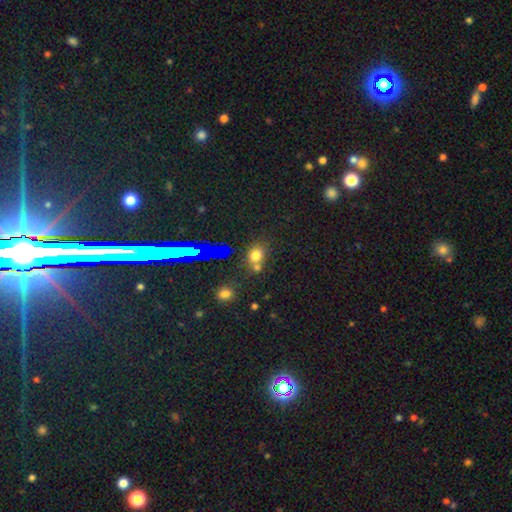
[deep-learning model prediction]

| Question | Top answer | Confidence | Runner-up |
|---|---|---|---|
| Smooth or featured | smooth | 68% | star or artifact (23%) |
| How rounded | round | 57% | in between (41%) |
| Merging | none | 56% | merger (27%) |